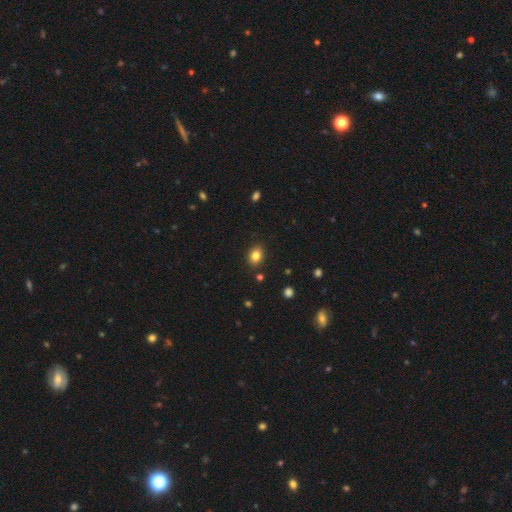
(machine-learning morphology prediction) smooth_or_featured: smooth (p=0.82) [alt: star or artifact p=0.11]
how_rounded: in between (p=0.59) [alt: round p=0.40]
merging: none (p=0.86) [alt: minor disturbance p=0.09]